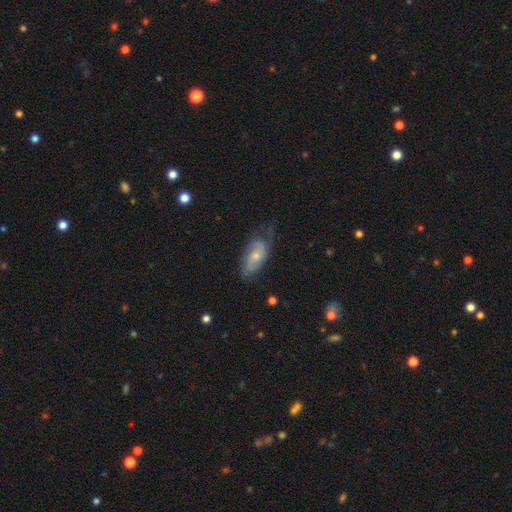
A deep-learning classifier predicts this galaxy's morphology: Smooth or featured?
  - featured or disk: 59% *
  - smooth: 34%
  - star or artifact: 7%
Edge-on disk?
  - no: 92% *
  - yes: 8%
Bar?
  - no: 70% *
  - weak: 26%
  - strong: 4%
Spiral arms?
  - yes: 84% *
  - no: 16%
Bulge size?
  - small: 52% *
  - moderate: 41%
  - none: 4%
  - large: 3%
  - dominant: 1%
Merging?
  - none: 52% *
  - minor disturbance: 31%
  - major disturbance: 16%
  - merger: 2%